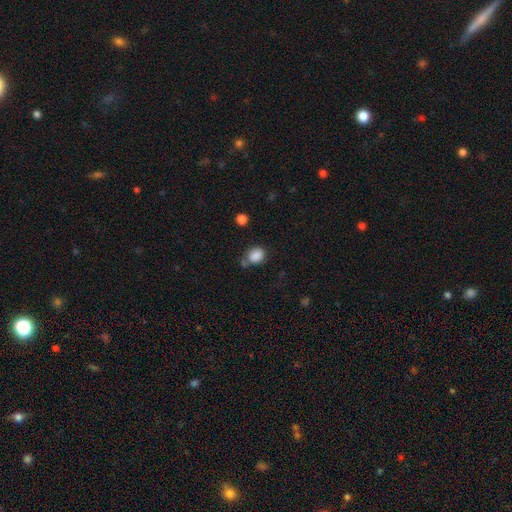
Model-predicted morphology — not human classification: Overall: smooth (86%). How rounded: round (57%; in between 42%). Merging: none (61%).